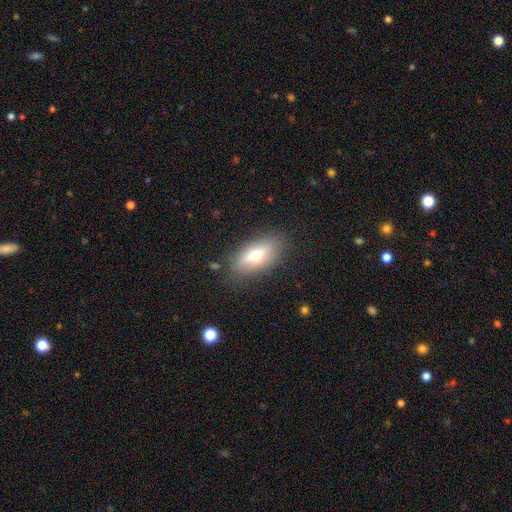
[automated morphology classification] Smooth or featured: smooth — 61% (featured or disk — 30%)
How rounded: in between — 83% (cigar-shaped — 11%)
Merging: none — 82% (minor disturbance — 12%)